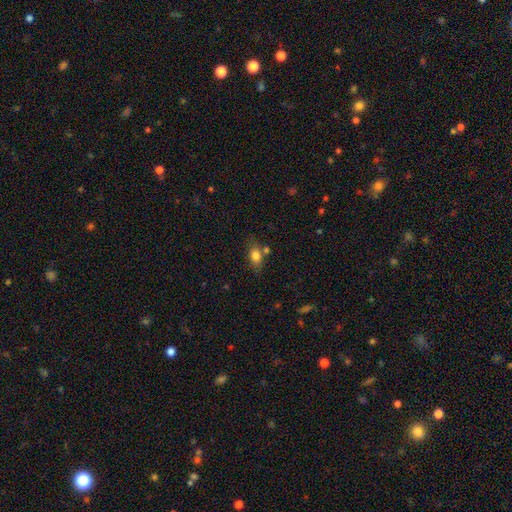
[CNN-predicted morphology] smooth-or-featured: smooth: 79% | featured or disk: 11% | star or artifact: 9%
  how-rounded: in between: 76% | round: 19% | cigar-shaped: 4%
  merging: none: 62% | minor disturbance: 17% | merger: 16% | major disturbance: 5%